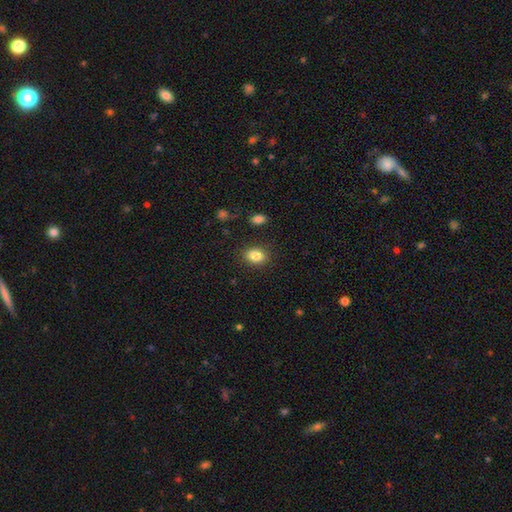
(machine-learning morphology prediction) type=smooth (84%); roundness=in between (59%); merging=none (86%).